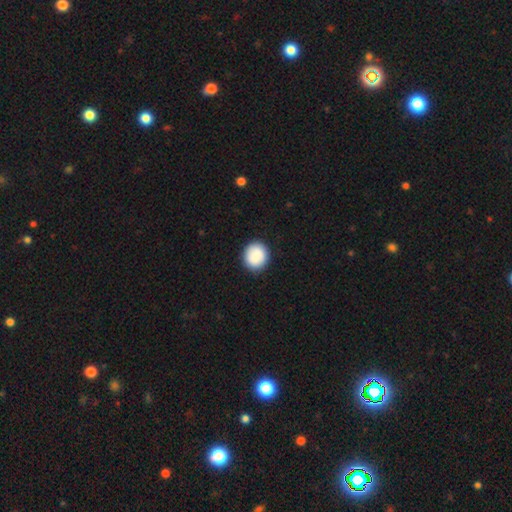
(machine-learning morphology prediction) A smooth galaxy with no disk features (89%) that is round (88%). Merging: none (90%).